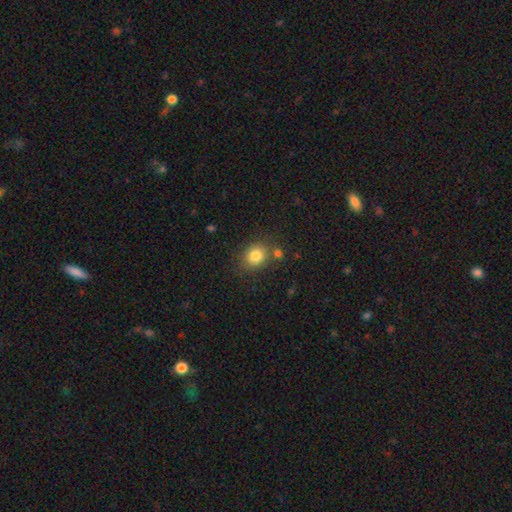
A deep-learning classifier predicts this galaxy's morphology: smooth_or_featured: smooth (p=0.83) [alt: star or artifact p=0.10]
how_rounded: round (p=0.62) [alt: in between p=0.37]
merging: none (p=0.74) [alt: minor disturbance p=0.12]